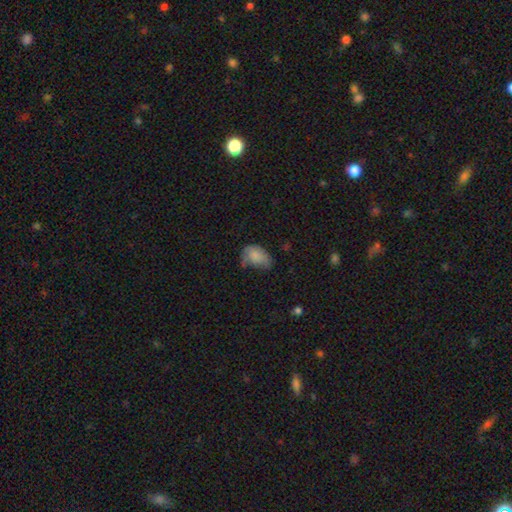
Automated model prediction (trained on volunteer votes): A smooth galaxy with no disk features (76%) that is in between round and cigar-shaped (86%).

Vote fractions:
- Smooth or featured? smooth: 76% / featured or disk: 16% / star or artifact: 8%
- How rounded? in between: 86% / round: 12% / cigar-shaped: 1%
- Merging? minor disturbance: 41% / none: 33% / major disturbance: 22% / merger: 4%